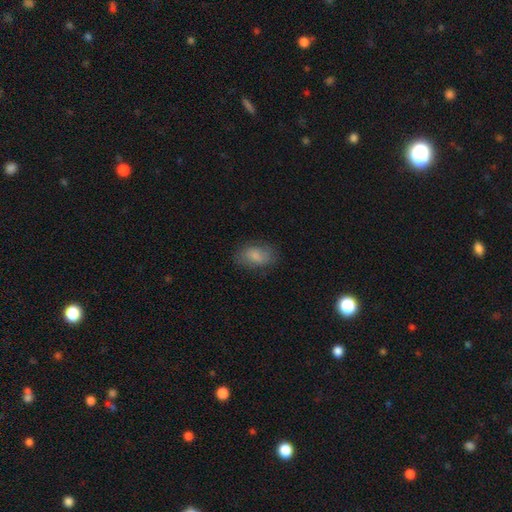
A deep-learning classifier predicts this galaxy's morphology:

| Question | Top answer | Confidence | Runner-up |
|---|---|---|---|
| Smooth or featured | smooth | 77% | featured or disk (15%) |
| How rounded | in between | 88% | round (10%) |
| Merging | none | 74% | minor disturbance (18%) |